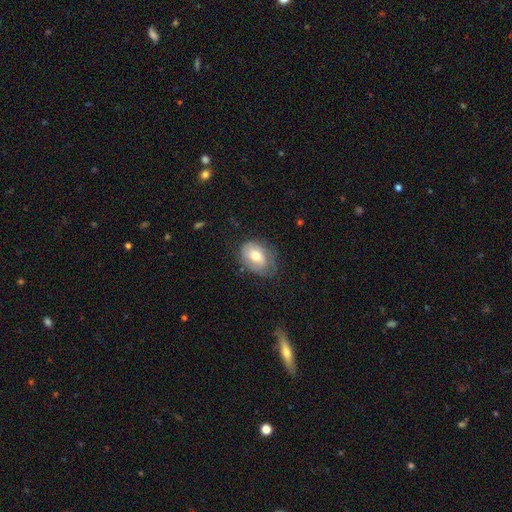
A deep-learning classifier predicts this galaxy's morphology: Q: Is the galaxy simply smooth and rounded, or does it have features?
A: smooth — 57%.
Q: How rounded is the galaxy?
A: in between — 77%.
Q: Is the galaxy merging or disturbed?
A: none — 58%.